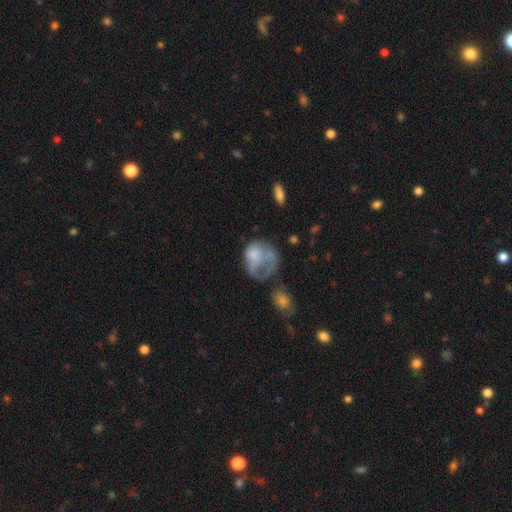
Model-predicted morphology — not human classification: smooth_or_featured: smooth (p=0.53) [alt: featured or disk p=0.38]
how_rounded: in between (p=0.50) [alt: round p=0.49]
merging: major disturbance (p=0.47) [alt: none p=0.22]